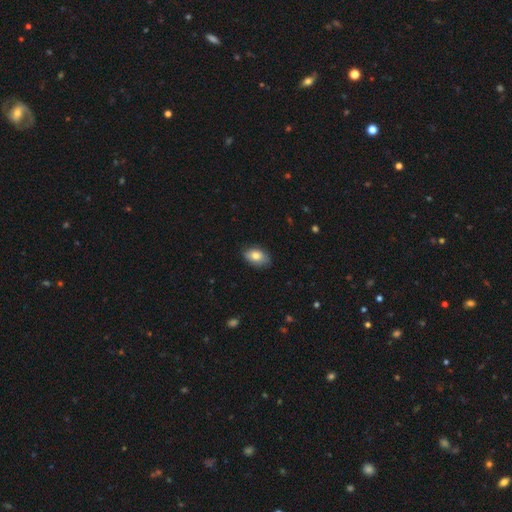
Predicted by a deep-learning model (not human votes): smooth 81%, featured or disk 12%, star or artifact 7%. Down the decision tree: how rounded — in between (88%); merging — none (80%).